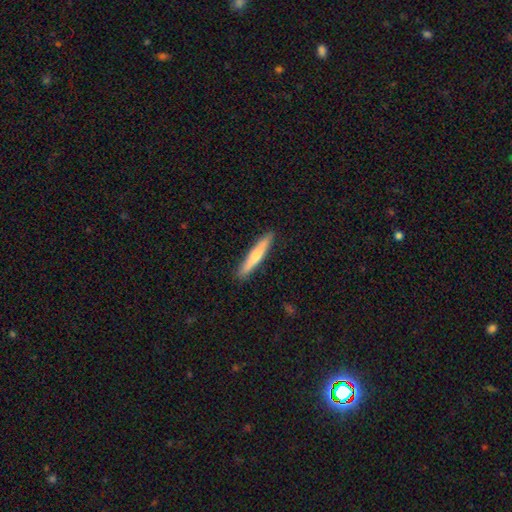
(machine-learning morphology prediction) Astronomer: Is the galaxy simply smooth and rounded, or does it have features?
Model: smooth — 65%.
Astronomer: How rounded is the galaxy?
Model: cigar-shaped — 94%.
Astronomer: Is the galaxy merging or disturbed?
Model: none — 91%.